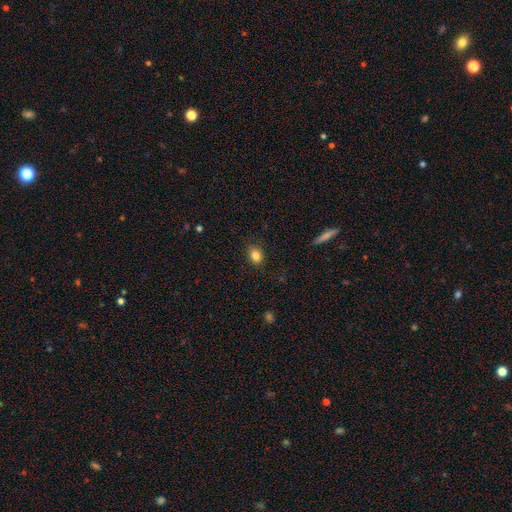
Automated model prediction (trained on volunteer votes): Smooth or featured? Predicted: smooth (p=0.83). How rounded? Predicted: in between (p=0.52). Merging? Predicted: none (p=0.83).